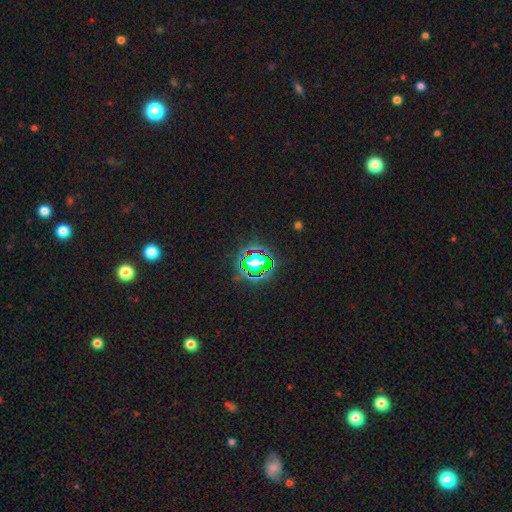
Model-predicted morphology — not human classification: Smooth or featured? Predicted: star or artifact (p=0.58).